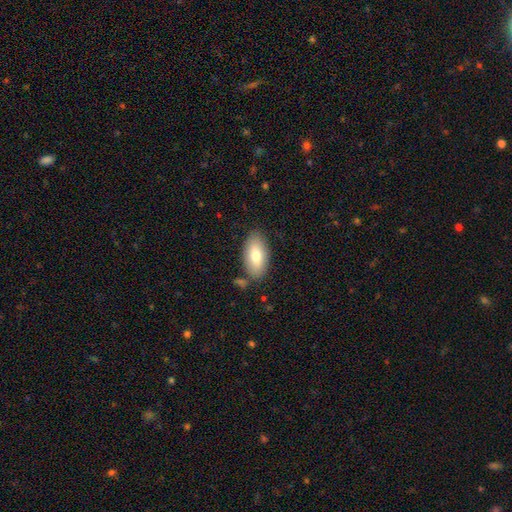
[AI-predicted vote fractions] Smooth or featured? smooth (75%)
How rounded? in between (93%)
Merging? none (80%)